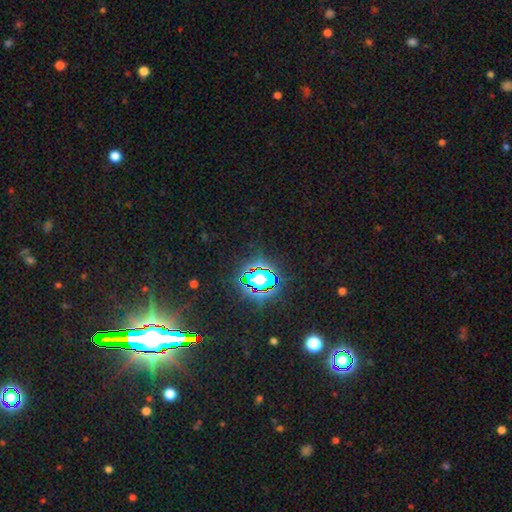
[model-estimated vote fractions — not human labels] Smooth or featured: star or artifact — 84% (smooth — 8%)